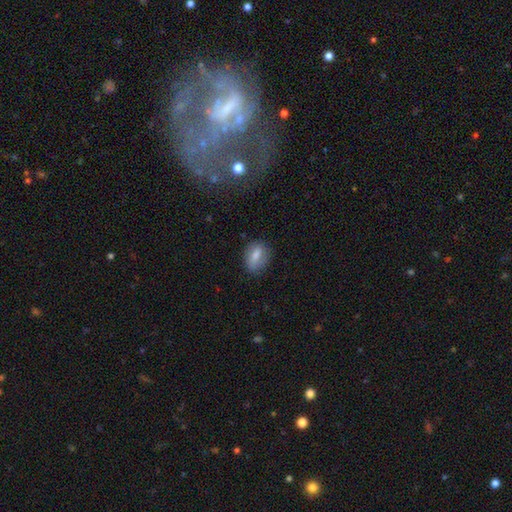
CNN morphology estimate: Smooth or featured?
  - smooth: 73% *
  - featured or disk: 19%
  - star or artifact: 8%
How rounded?
  - in between: 74% *
  - round: 21%
  - cigar-shaped: 5%
Merging?
  - none: 76% *
  - minor disturbance: 17%
  - major disturbance: 5%
  - merger: 1%